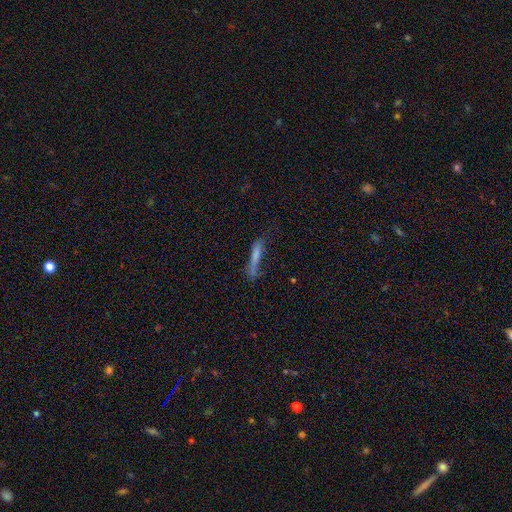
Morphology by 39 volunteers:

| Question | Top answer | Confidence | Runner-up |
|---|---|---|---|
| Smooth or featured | smooth | 72% | featured or disk (23%) |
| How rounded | cigar-shaped | 100% | — |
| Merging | none | 51% | minor disturbance (30%) |